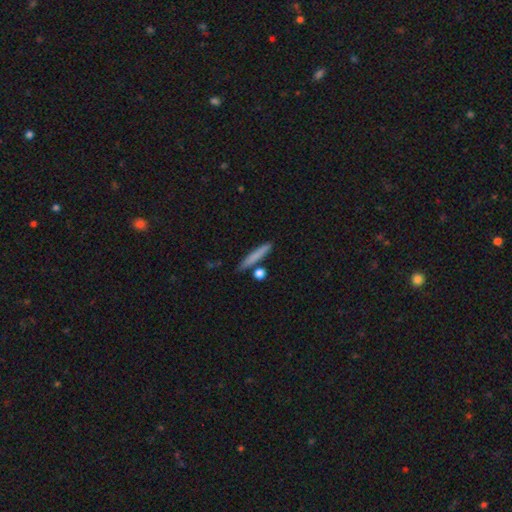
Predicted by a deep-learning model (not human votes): Smooth or featured?
  - smooth: 75% *
  - featured or disk: 18%
  - star or artifact: 7%
How rounded?
  - cigar-shaped: 92% *
  - in between: 5%
  - round: 3%
Merging?
  - none: 81% *
  - minor disturbance: 10%
  - merger: 7%
  - major disturbance: 2%